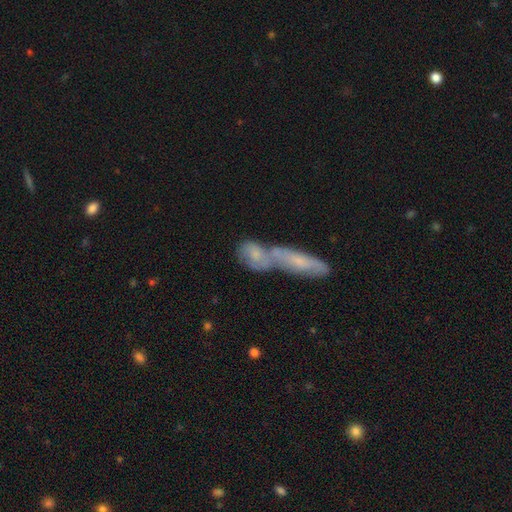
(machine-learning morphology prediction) Q: Smooth or featured?
A: smooth (61%); runner-up: featured or disk (31%)
Q: How rounded?
A: in between (64%); runner-up: cigar-shaped (23%)
Q: Merging?
A: merger (66%); runner-up: none (20%)